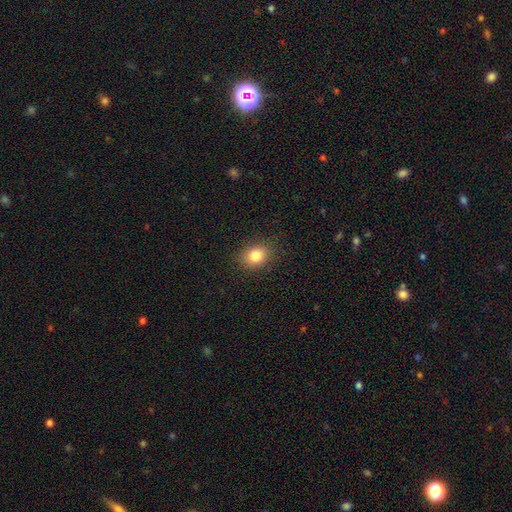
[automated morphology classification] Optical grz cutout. It shows a smooth galaxy with no disk features (82%) that is round (52%). Merging: none (87%).